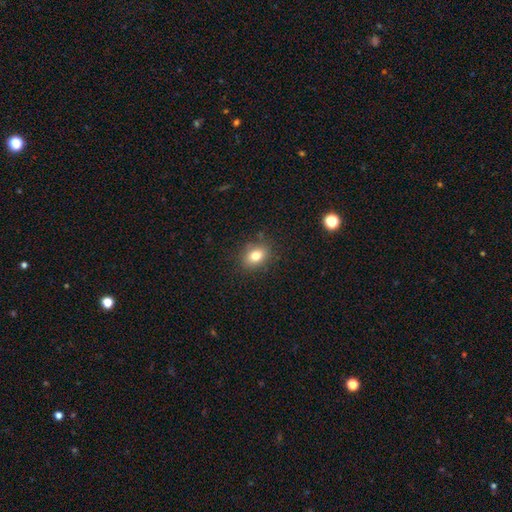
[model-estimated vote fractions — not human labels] This is likely a smooth galaxy (80%). How rounded: likely in between (62%). Merging: clearly none (84%).